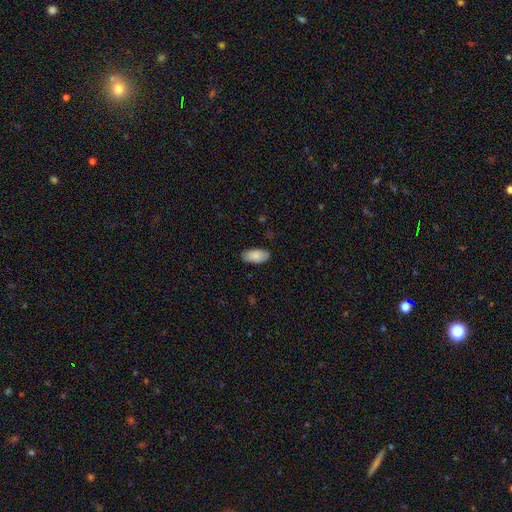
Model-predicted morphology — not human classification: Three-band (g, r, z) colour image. It shows a smooth galaxy with no disk features (86%) that is in between round and cigar-shaped (94%). Merging: none (84%).